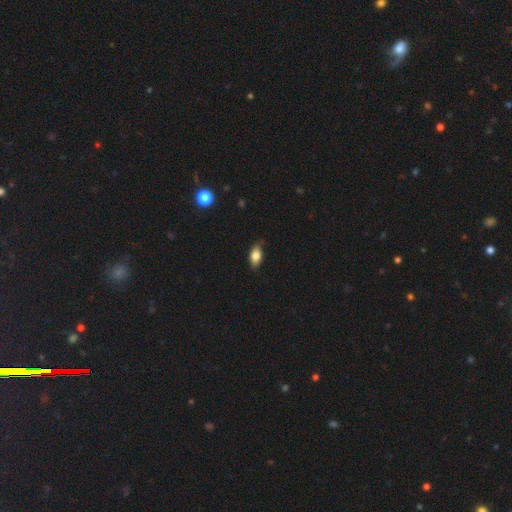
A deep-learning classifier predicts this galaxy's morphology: smooth_or_featured: smooth (p=0.80) [alt: featured or disk p=0.12]
how_rounded: in between (p=0.88) [alt: cigar-shaped p=0.07]
merging: none (p=0.83) [alt: minor disturbance p=0.14]